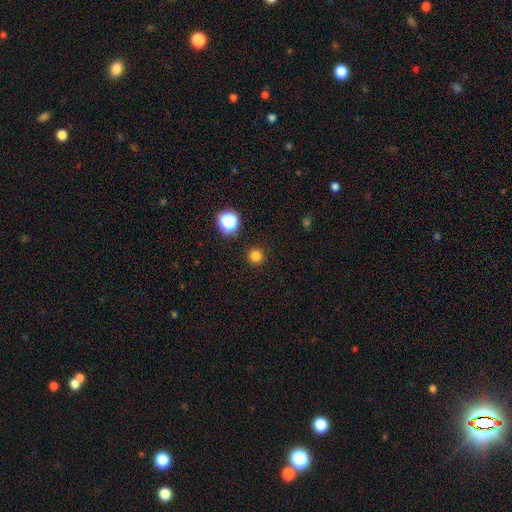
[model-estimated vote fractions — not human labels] Smooth or featured? Predicted: smooth (p=0.80). How rounded? Predicted: round (p=0.96). Merging? Predicted: none (p=0.92).